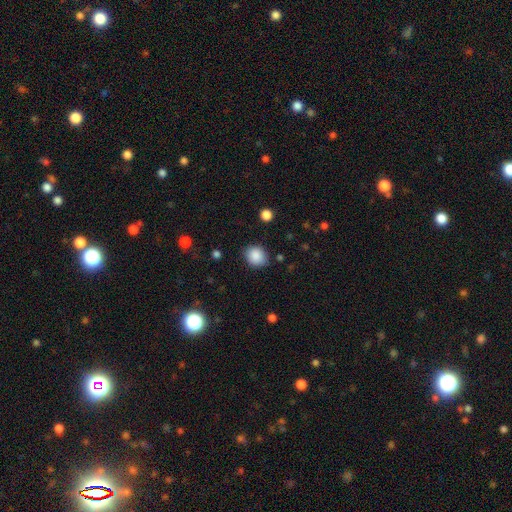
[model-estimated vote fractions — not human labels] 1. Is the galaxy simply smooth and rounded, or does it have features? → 87% smooth, 9% star or artifact, 4% featured or disk.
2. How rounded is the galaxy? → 69% round, 30% in between, 1% cigar-shaped.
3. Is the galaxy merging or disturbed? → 84% none, 11% minor disturbance, 3% major disturbance, 2% merger.